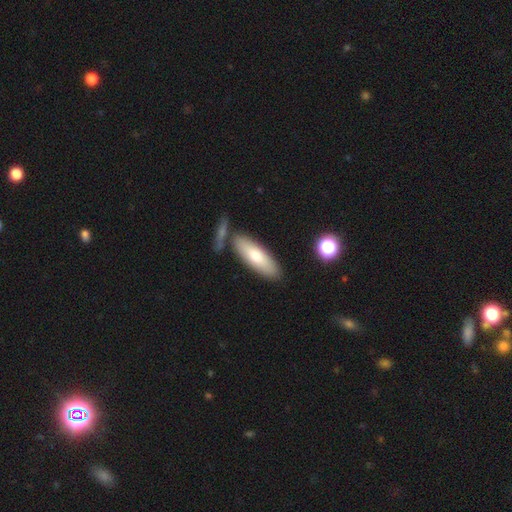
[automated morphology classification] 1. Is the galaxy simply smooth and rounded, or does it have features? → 69% smooth, 25% featured or disk, 6% star or artifact.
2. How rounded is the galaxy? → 58% in between, 40% cigar-shaped, 2% round.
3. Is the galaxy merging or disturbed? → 75% none, 12% minor disturbance, 10% merger, 3% major disturbance.